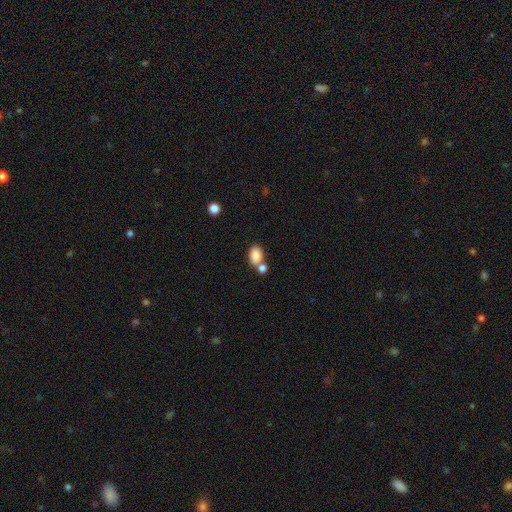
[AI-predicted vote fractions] smooth_or_featured: smooth (p=0.85) [alt: star or artifact p=0.09]
how_rounded: in between (p=0.83) [alt: round p=0.16]
merging: none (p=0.47) [alt: merger p=0.37]